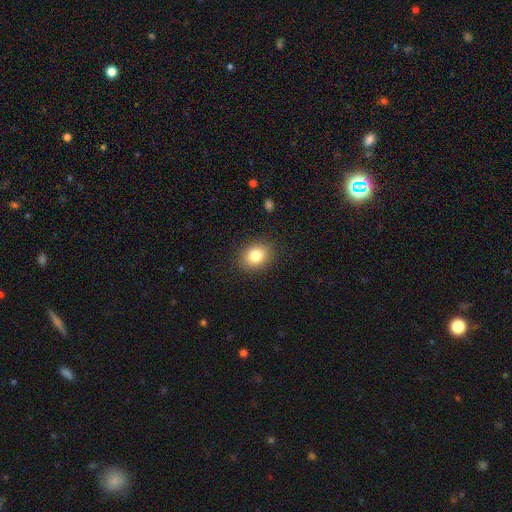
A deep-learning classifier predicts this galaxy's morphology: smooth_or_featured: smooth (p=0.83) [alt: star or artifact p=0.10]
how_rounded: round (p=0.55) [alt: in between p=0.44]
merging: none (p=0.88) [alt: minor disturbance p=0.08]